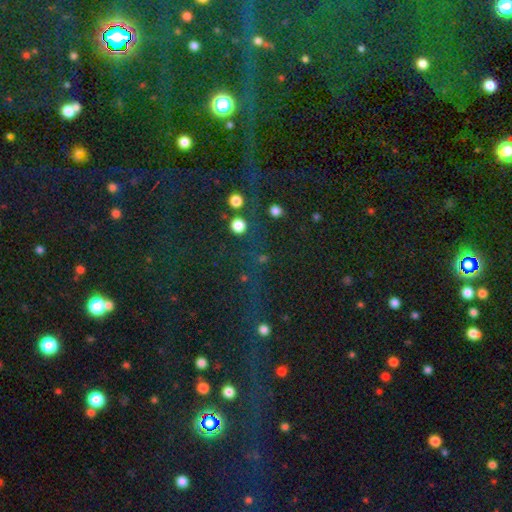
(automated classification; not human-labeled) star or artifact 76%, smooth 14%, featured or disk 10%.